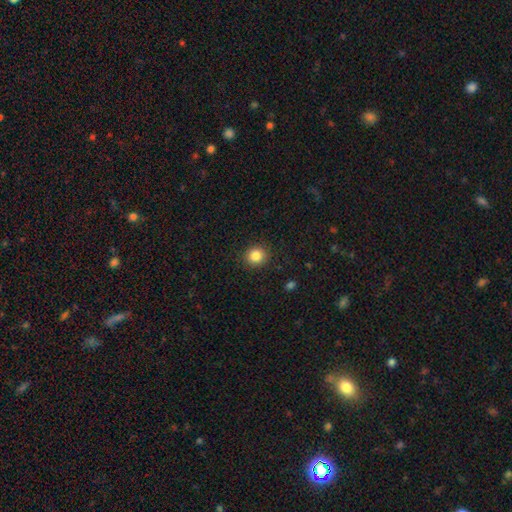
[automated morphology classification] Overall: smooth (85%). How rounded: round (86%). Merging: none (90%).